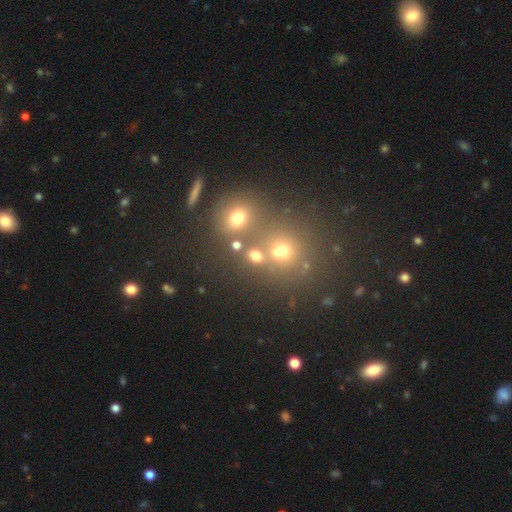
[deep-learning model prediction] Overall: smooth (66%). How rounded: round (74%). Merging: none (60%; merger 26%).